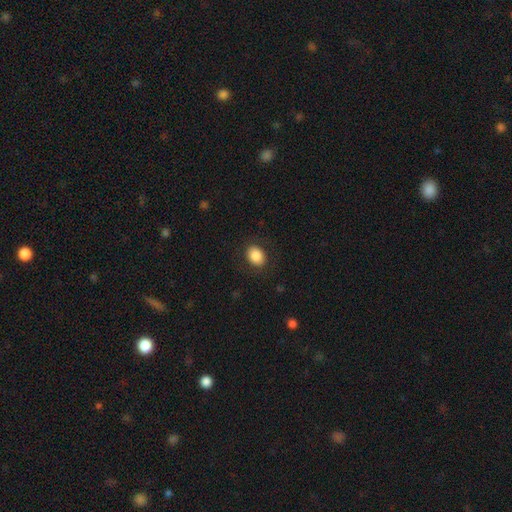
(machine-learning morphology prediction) This is clearly a smooth galaxy (86%). How rounded: likely in between (61%). Merging: clearly none (87%).